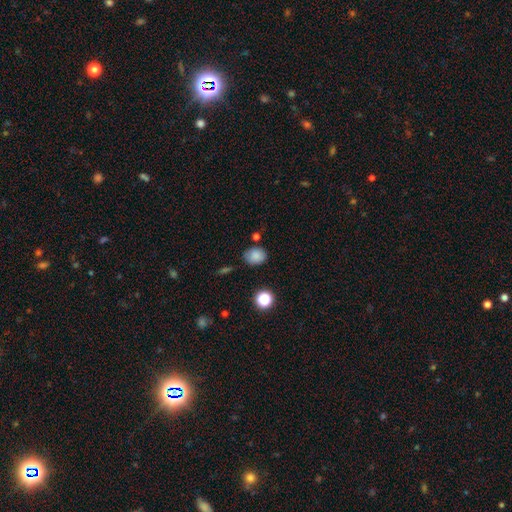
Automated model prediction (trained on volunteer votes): This appears to be a smooth galaxy with no disk features (83%) that is round (57%). Merging: none (75%).